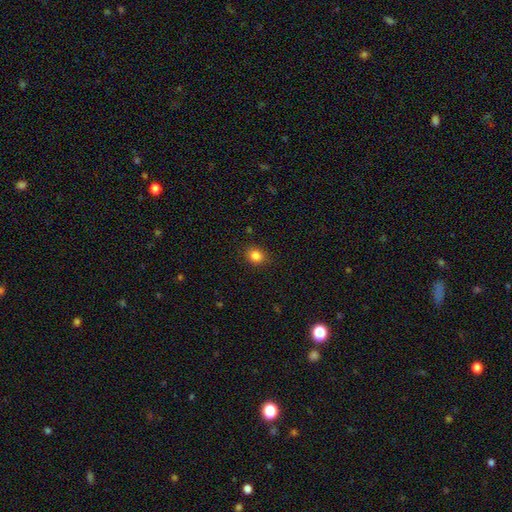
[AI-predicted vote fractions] Q: Smooth or featured?
A: smooth (84%); runner-up: star or artifact (11%)
Q: How rounded?
A: round (64%); runner-up: in between (35%)
Q: Merging?
A: none (89%); runner-up: minor disturbance (8%)